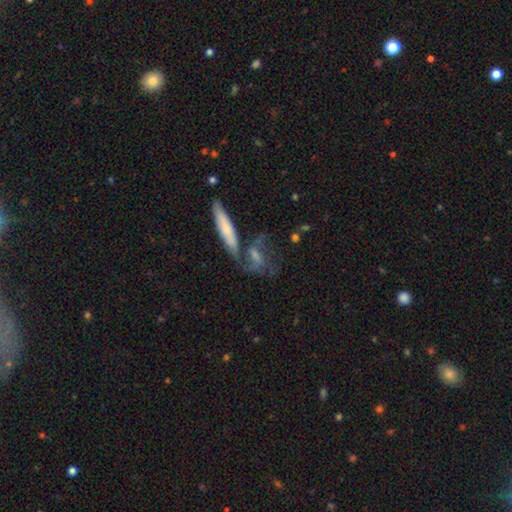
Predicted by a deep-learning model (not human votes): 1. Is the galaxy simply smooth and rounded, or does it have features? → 54% featured or disk, 34% smooth, 11% star or artifact.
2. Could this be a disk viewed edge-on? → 78% no, 22% yes.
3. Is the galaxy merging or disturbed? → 42% none, 28% merger, 16% minor disturbance, 14% major disturbance.